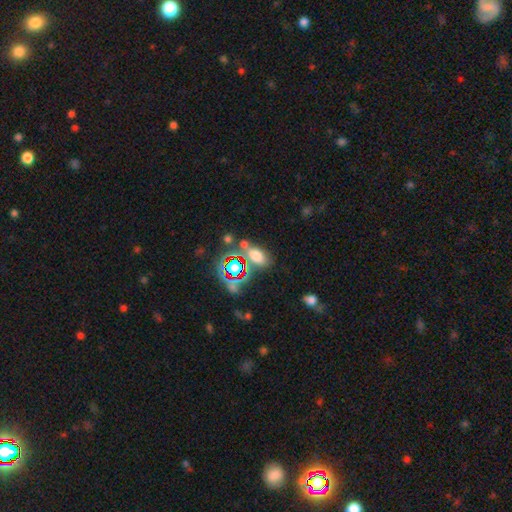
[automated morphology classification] Smooth or featured? smooth (62%)
How rounded? in between (81%)
Merging? none (58%)